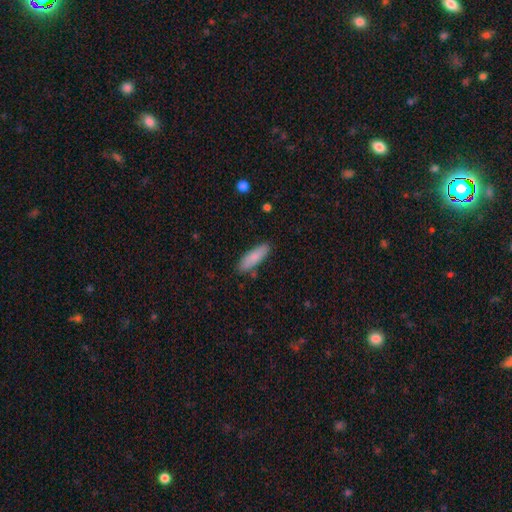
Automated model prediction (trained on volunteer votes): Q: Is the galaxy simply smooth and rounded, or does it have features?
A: smooth — 84%.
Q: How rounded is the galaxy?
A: in between — 51%.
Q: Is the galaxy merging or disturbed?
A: none — 81%.